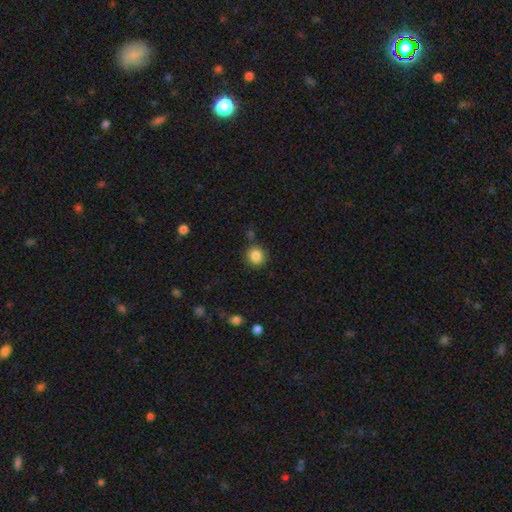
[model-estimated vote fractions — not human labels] smooth-or-featured: smooth: 86% | star or artifact: 10% | featured or disk: 4%
  how-rounded: round: 86% | in between: 13% | cigar-shaped: 1%
  merging: none: 83% | minor disturbance: 10% | merger: 5% | major disturbance: 3%